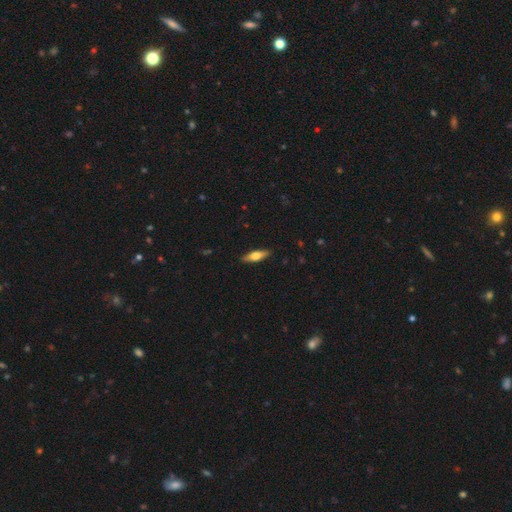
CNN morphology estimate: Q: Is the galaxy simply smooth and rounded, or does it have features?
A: smooth — 54%.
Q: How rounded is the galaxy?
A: cigar-shaped — 55%.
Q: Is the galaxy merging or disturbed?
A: none — 89%.